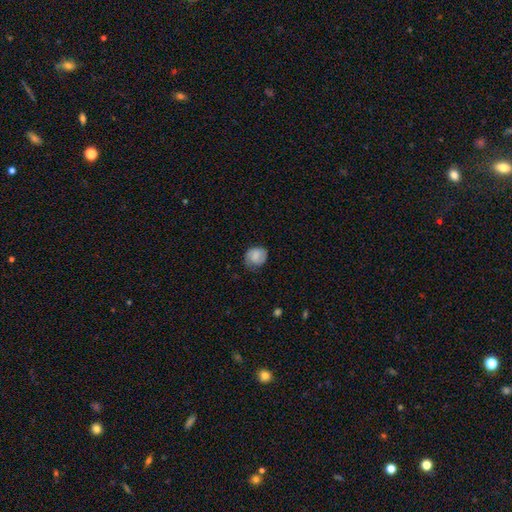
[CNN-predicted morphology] type=smooth (74%); roundness=round (73%); merging=none (64%).